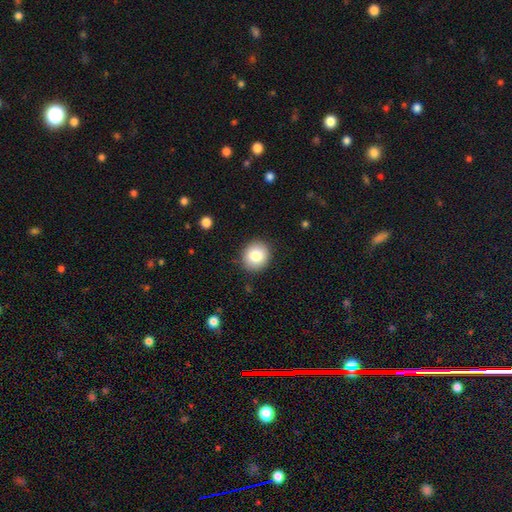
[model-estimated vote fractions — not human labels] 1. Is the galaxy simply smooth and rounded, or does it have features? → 83% smooth, 9% star or artifact, 9% featured or disk.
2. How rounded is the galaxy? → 87% round, 12% in between, 1% cigar-shaped.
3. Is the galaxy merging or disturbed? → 90% none, 7% minor disturbance, 2% major disturbance, 1% merger.